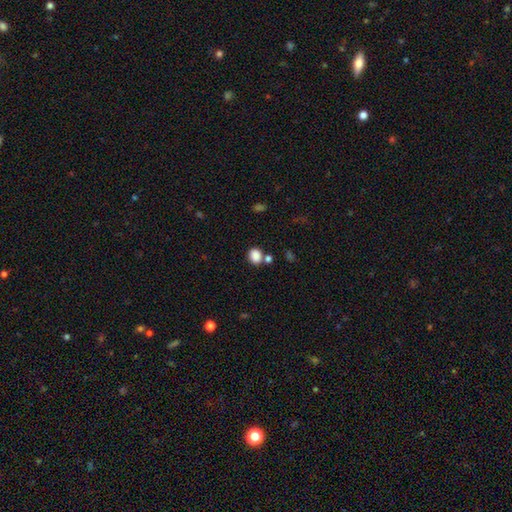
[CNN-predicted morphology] Smooth or featured: smooth — 86% (star or artifact — 10%)
How rounded: round — 55% (in between — 44%)
Merging: none — 66% (merger — 17%)